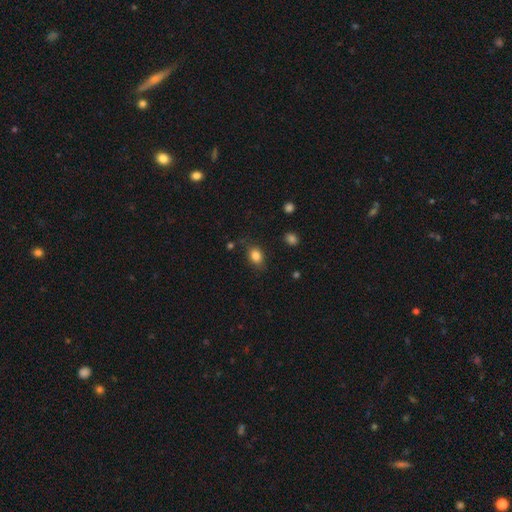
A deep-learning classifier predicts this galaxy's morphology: smooth-or-featured: smooth: 84% | star or artifact: 10% | featured or disk: 7%
  how-rounded: in between: 68% | round: 31% | cigar-shaped: 1%
  merging: none: 76% | minor disturbance: 17% | major disturbance: 5% | merger: 2%